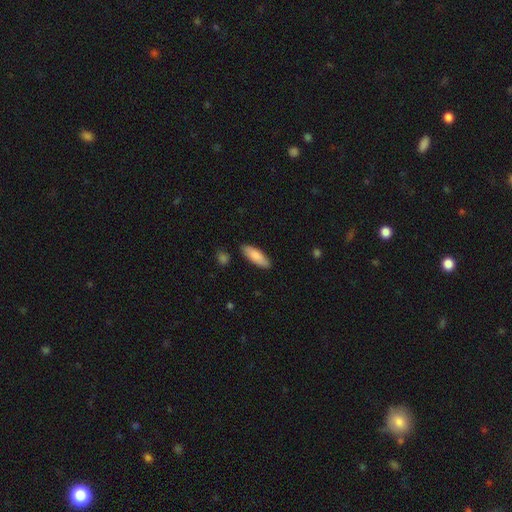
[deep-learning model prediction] smooth 85%, featured or disk 10%, star or artifact 5%. Down the decision tree: how rounded — in between (57%); merging — none (86%).